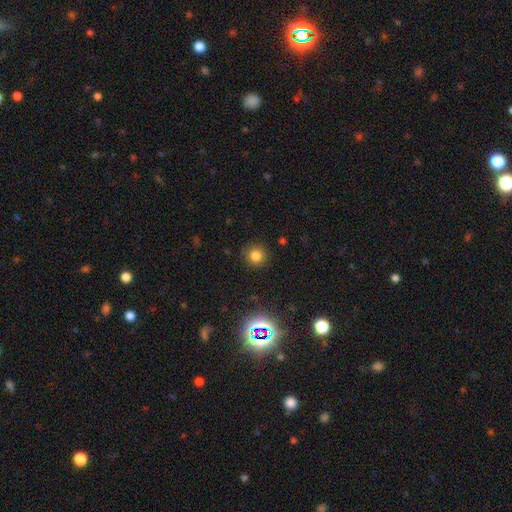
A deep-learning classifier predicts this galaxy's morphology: type=smooth (78%); roundness=round (92%); merging=none (88%).